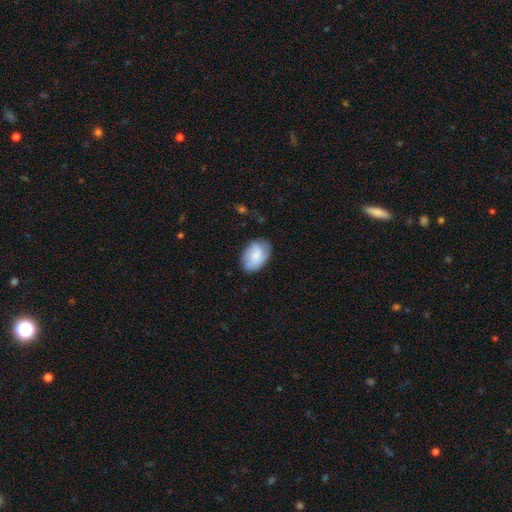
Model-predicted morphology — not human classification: This appears to be a smooth galaxy with no disk features (78%) that is in between round and cigar-shaped (86%). Merging: none (71%).